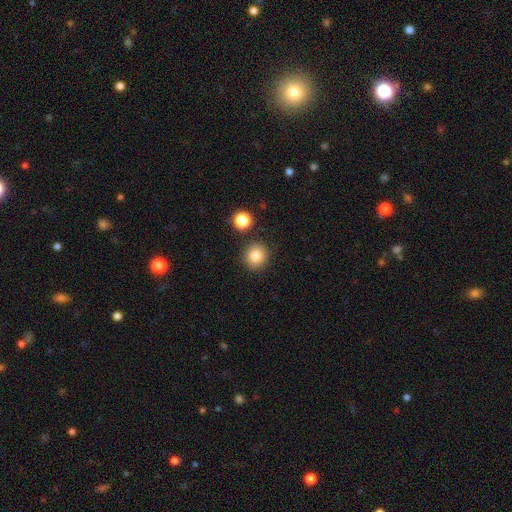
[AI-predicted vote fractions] Smooth or featured?
  - smooth: 81% *
  - star or artifact: 12%
  - featured or disk: 7%
How rounded?
  - round: 91% *
  - in between: 8%
  - cigar-shaped: 1%
Merging?
  - none: 87% *
  - minor disturbance: 7%
  - merger: 4%
  - major disturbance: 2%